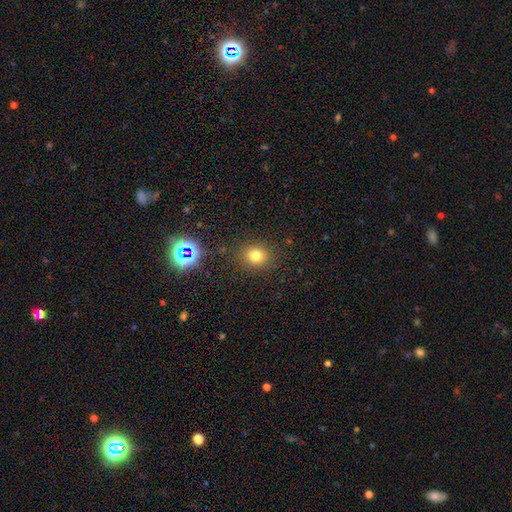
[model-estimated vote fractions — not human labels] Q: Smooth or featured?
A: smooth (75%); runner-up: star or artifact (18%)
Q: How rounded?
A: round (79%); runner-up: in between (20%)
Q: Merging?
A: none (86%); runner-up: minor disturbance (9%)